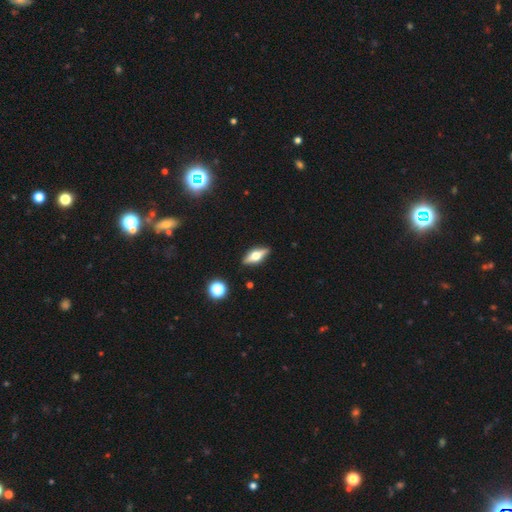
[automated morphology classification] Smooth or featured? featured or disk (62%)
Edge-on disk? yes (93%)
Edge-on bulge? rounded (94%)
Merging? none (89%)